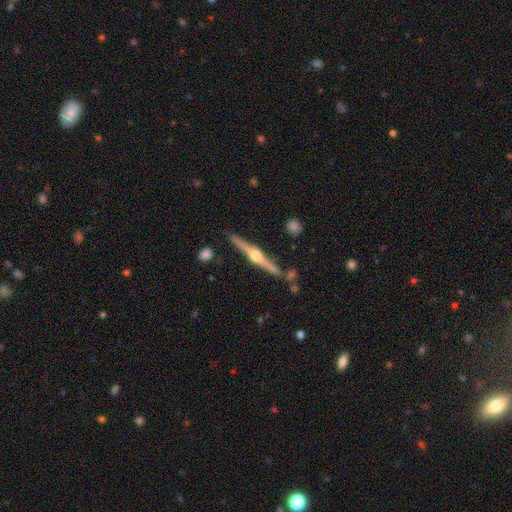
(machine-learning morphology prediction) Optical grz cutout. It shows a featured or disk galaxy (84%) viewed edge-on (98%) with a rounded central bulge (96%). Merging: none (87%).